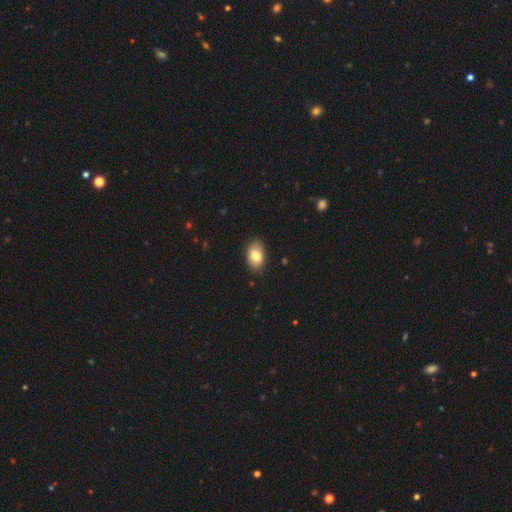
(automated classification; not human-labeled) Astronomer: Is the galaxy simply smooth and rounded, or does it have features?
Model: smooth — 83%.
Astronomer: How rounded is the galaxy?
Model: in between — 90%.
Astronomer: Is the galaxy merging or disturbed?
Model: none — 85%.